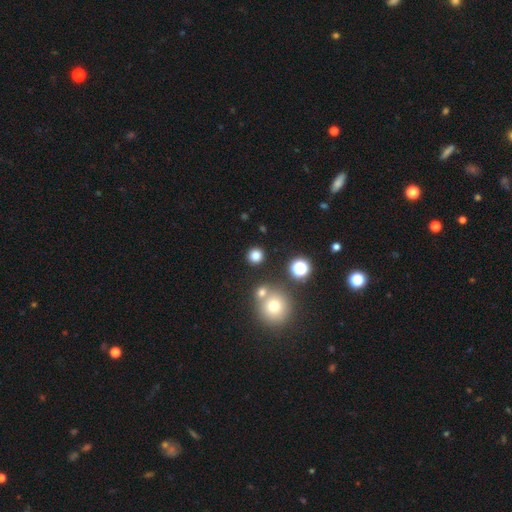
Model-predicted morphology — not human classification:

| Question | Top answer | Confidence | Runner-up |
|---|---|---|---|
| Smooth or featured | smooth | 77% | star or artifact (18%) |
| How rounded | round | 92% | in between (7%) |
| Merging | none | 85% | minor disturbance (6%) |